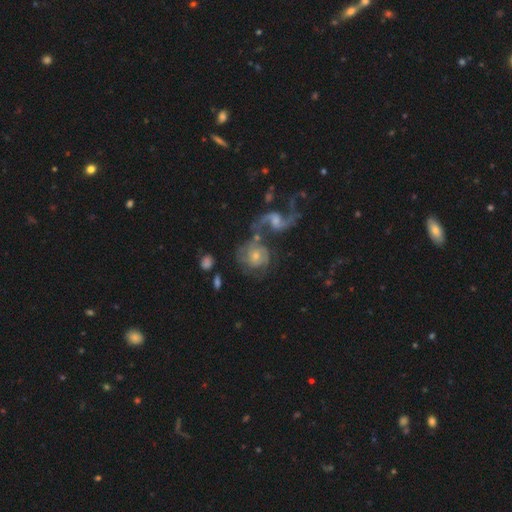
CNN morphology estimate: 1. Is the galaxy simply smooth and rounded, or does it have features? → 73% featured or disk, 17% smooth, 10% star or artifact.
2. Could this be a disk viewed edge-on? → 96% no, 4% yes.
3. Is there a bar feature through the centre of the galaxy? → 58% no, 34% weak, 8% strong.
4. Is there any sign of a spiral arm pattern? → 89% yes, 11% no.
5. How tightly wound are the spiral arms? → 41% loose, 40% medium, 19% tight.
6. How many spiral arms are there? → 70% 2, 14% can't tell, 7% 1, 5% 3, 2% 4, 2% more than 4.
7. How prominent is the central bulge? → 47% small, 43% moderate, 5% none, 4% large, 1% dominant.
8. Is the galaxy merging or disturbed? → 45% merger, 34% none, 11% minor disturbance, 10% major disturbance.